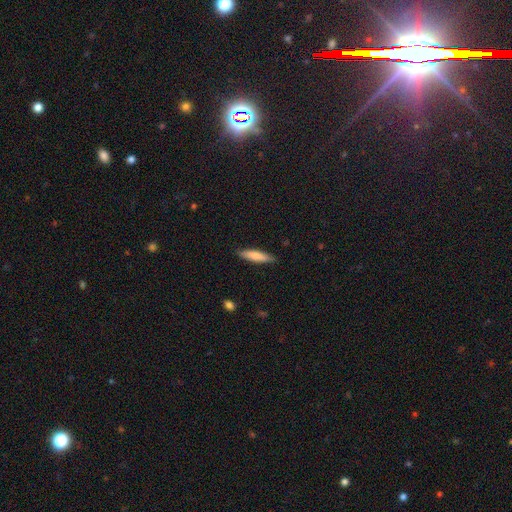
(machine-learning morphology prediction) The model was most divided on "smooth or featured": smooth: 75%, featured or disk: 19%, star or artifact: 6%. More confident: merging — none (88%); how rounded — cigar-shaped (81%).